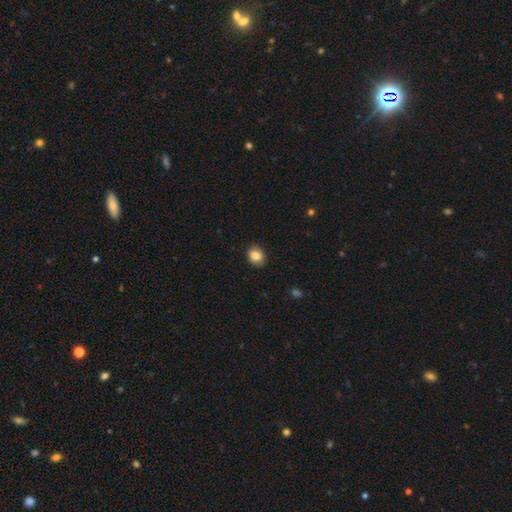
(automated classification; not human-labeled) Smooth or featured?
  - smooth: 84% *
  - star or artifact: 8%
  - featured or disk: 7%
How rounded?
  - round: 51% *
  - in between: 48%
  - cigar-shaped: 1%
Merging?
  - none: 84% *
  - minor disturbance: 12%
  - major disturbance: 2%
  - merger: 1%